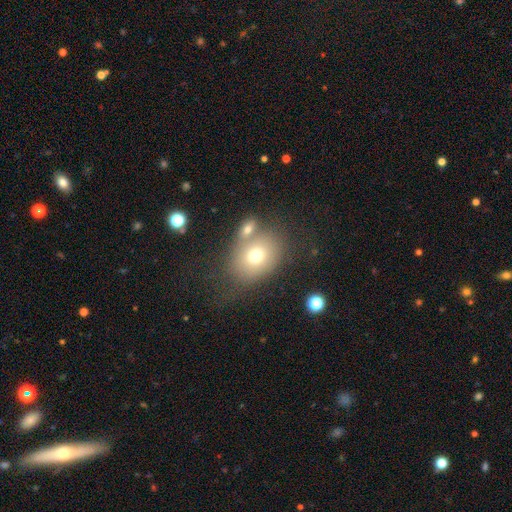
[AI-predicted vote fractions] A smooth galaxy with no disk features (69%) that is in between round and cigar-shaped (54%). Merging: none (52%).